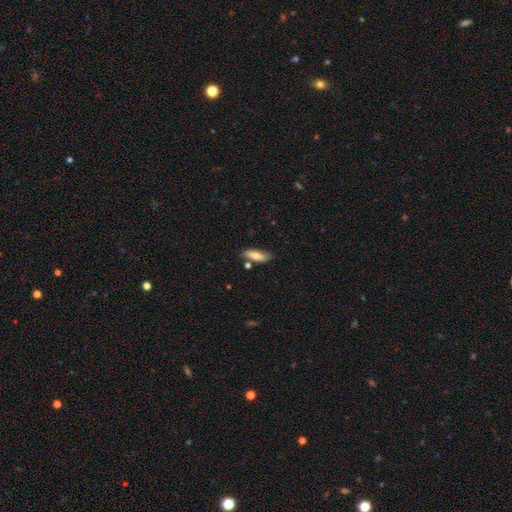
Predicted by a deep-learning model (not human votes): smooth-or-featured: smooth: 70% | featured or disk: 23% | star or artifact: 7%
  how-rounded: in between: 55% | cigar-shaped: 42% | round: 3%
  merging: none: 71% | minor disturbance: 18% | merger: 7% | major disturbance: 4%